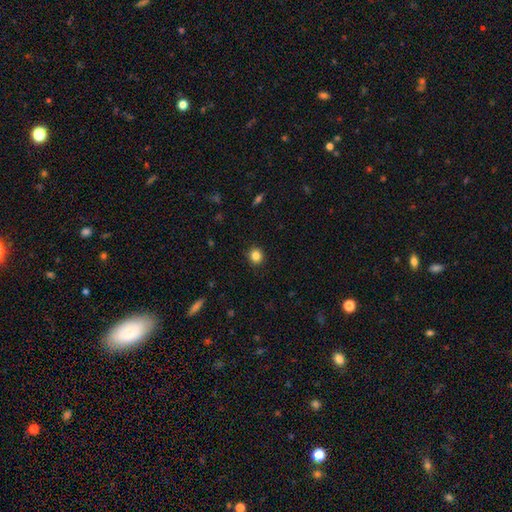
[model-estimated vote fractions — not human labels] Overall: smooth (84%). How rounded: round (87%). Merging: none (91%).